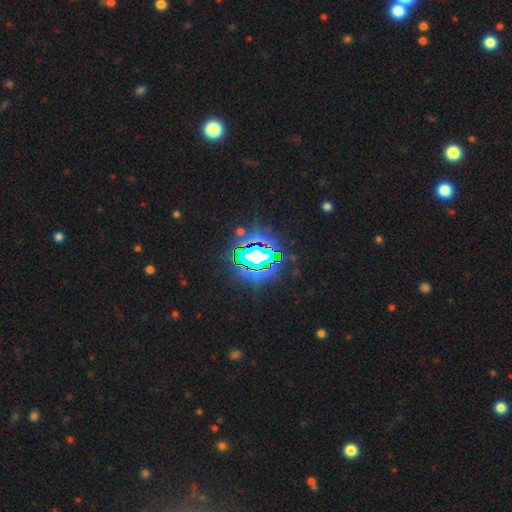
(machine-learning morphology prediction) type=star or artifact (74%).